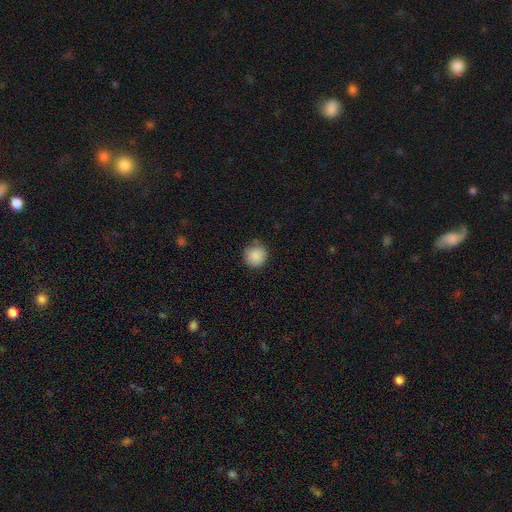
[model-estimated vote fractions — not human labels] smooth-or-featured: smooth: 88% | star or artifact: 9% | featured or disk: 3%
  how-rounded: round: 92% | in between: 7% | cigar-shaped: 1%
  merging: none: 81% | minor disturbance: 14% | major disturbance: 3% | merger: 2%